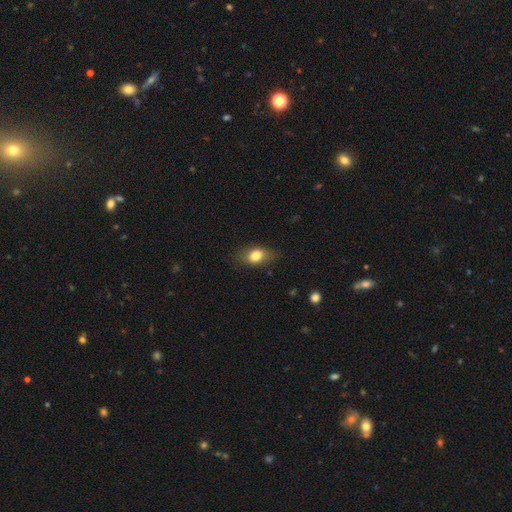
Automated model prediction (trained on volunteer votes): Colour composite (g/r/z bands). It shows a smooth galaxy with no disk features (80%) that is in between round and cigar-shaped (80%). Merging: none (80%).